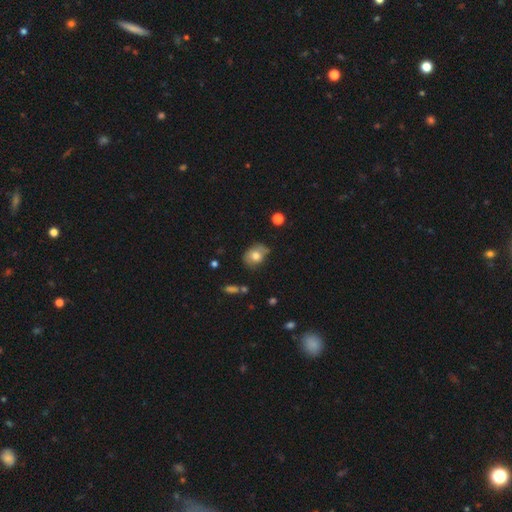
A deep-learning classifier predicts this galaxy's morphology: Smooth or featured: smooth — 75% (featured or disk — 15%)
How rounded: in between — 54% (round — 45%)
Merging: none — 59% (minor disturbance — 29%)